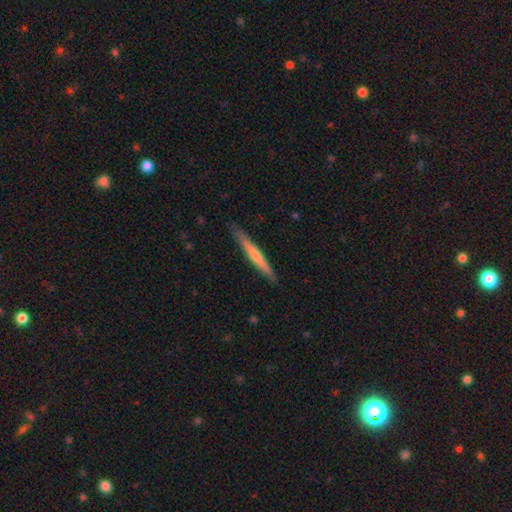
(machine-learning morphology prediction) Smooth or featured: smooth — 49% (featured or disk — 46%)
Merging: none — 88% (minor disturbance — 10%)